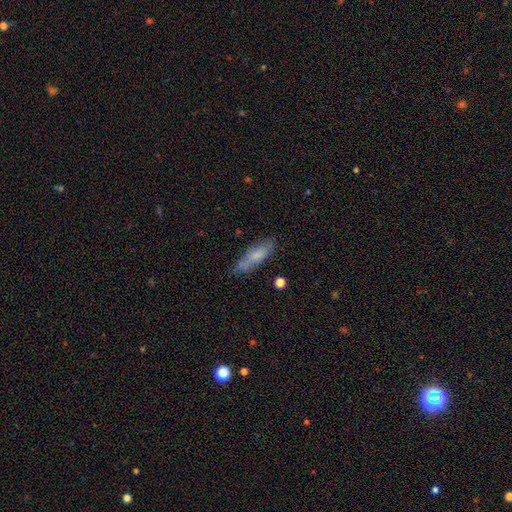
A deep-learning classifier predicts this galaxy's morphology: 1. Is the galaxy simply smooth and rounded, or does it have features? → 67% smooth, 25% featured or disk, 8% star or artifact.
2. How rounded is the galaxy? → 60% cigar-shaped, 38% in between, 2% round.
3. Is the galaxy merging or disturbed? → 68% none, 22% minor disturbance, 6% major disturbance, 4% merger.